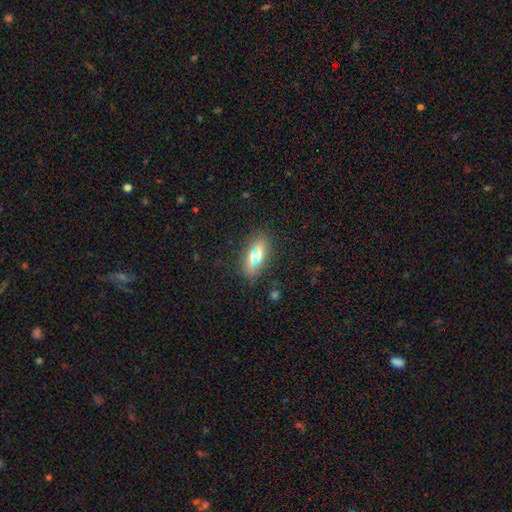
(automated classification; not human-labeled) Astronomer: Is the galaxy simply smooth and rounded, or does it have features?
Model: smooth — 51% (runner-up: featured or disk, 41%).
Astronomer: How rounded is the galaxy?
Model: in between — 64%.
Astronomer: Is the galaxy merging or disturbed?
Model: none — 81%.